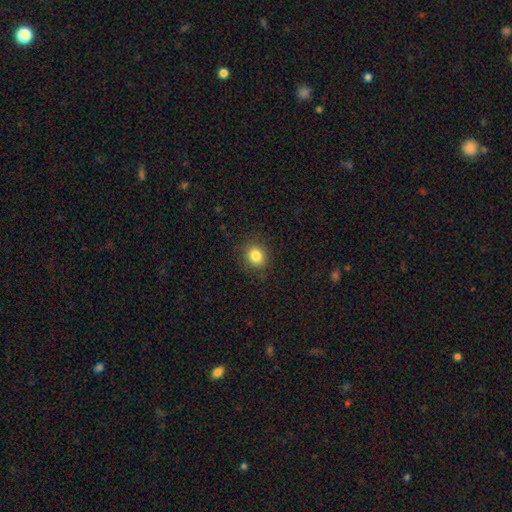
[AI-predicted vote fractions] Smooth or featured? smooth (84%)
How rounded? round (74%)
Merging? none (88%)